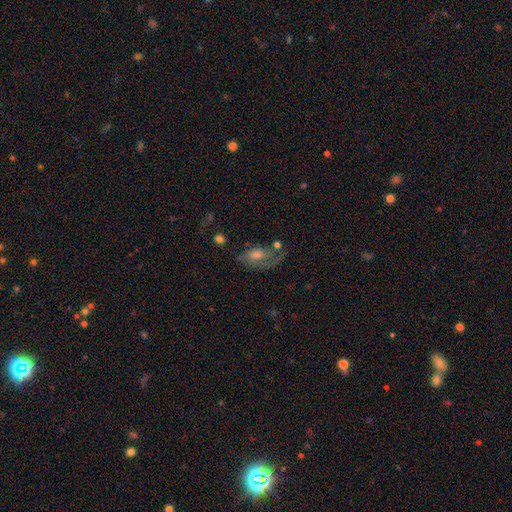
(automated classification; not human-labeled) Smooth or featured?
  - featured or disk: 58% *
  - smooth: 27%
  - star or artifact: 15%
Edge-on disk?
  - no: 93% *
  - yes: 7%
Bar?
  - no: 66% *
  - weak: 28%
  - strong: 6%
Spiral arms?
  - yes: 73% *
  - no: 27%
Bulge size?
  - moderate: 51% *
  - small: 26%
  - large: 14%
  - none: 7%
  - dominant: 2%
Merging?
  - none: 46% *
  - major disturbance: 26%
  - minor disturbance: 21%
  - merger: 7%